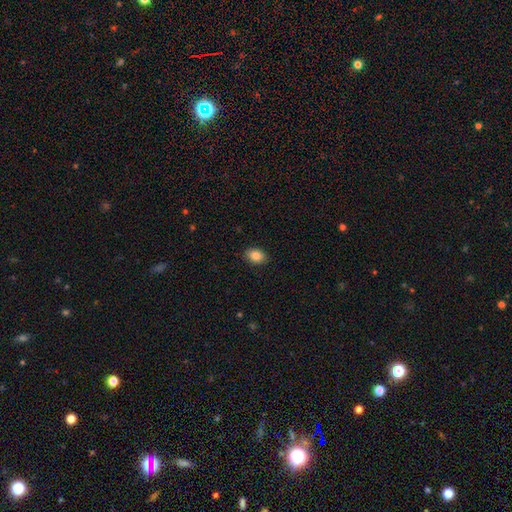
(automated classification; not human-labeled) Overall: smooth (86%). How rounded: in between (72%). Merging: none (89%).